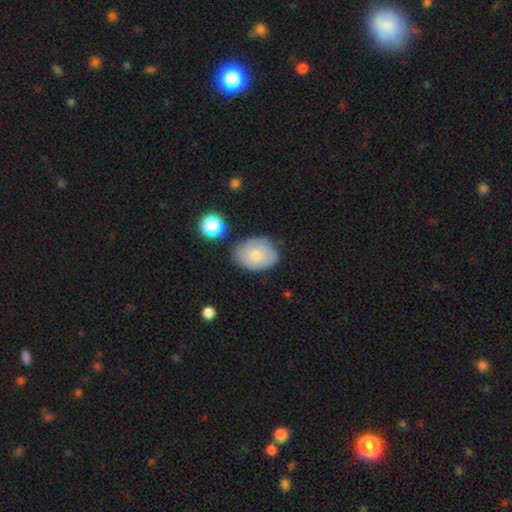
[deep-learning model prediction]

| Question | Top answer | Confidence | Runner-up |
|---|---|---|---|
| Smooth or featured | smooth | 65% | featured or disk (27%) |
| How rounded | in between | 72% | round (27%) |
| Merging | none | 70% | minor disturbance (21%) |